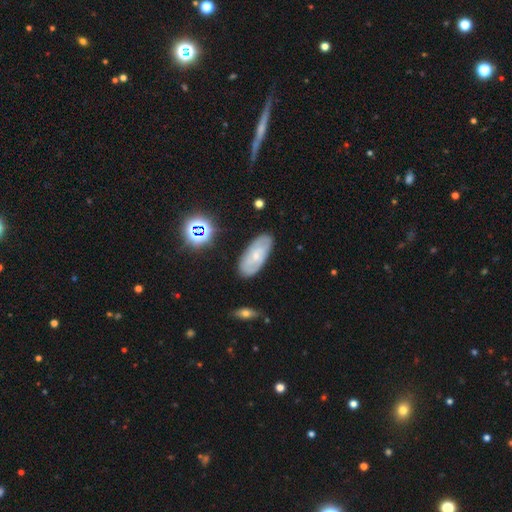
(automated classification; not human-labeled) A featured or disk galaxy (54%).

Vote fractions:
- Smooth or featured? featured or disk: 54% / smooth: 37% / star or artifact: 9%
- Edge-on disk? no: 89% / yes: 11%
- Merging? none: 79% / minor disturbance: 15% / major disturbance: 3% / merger: 2%